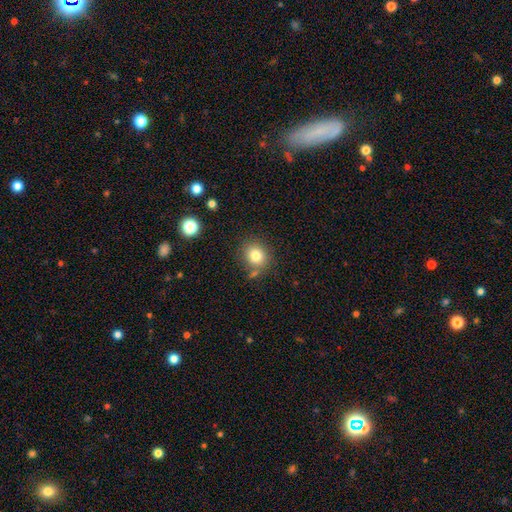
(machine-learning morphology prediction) A smooth galaxy with no disk features (80%) that is round (72%).

Vote fractions:
- Smooth or featured? smooth: 80% / star or artifact: 11% / featured or disk: 9%
- How rounded? round: 72% / in between: 28% / cigar-shaped: 1%
- Merging? none: 75% / minor disturbance: 13% / merger: 9% / major disturbance: 4%